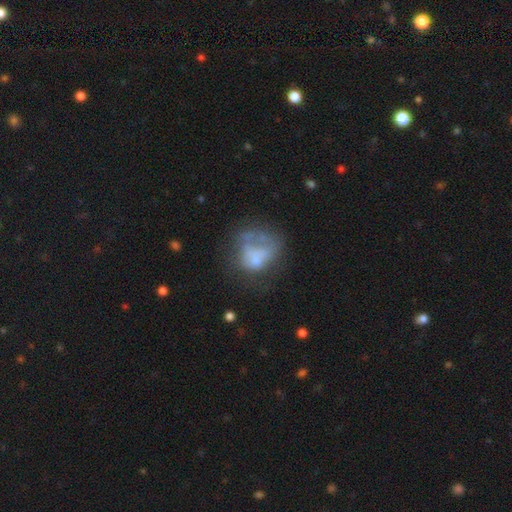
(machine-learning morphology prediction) Smooth or featured? Predicted: smooth (p=0.47). Merging? Predicted: major disturbance (p=0.39).